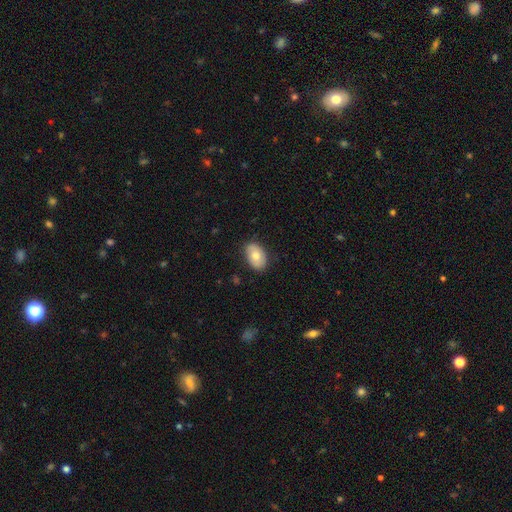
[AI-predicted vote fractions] This is likely a smooth galaxy (72%). How rounded: clearly in between (88%). Merging: clearly none (83%).